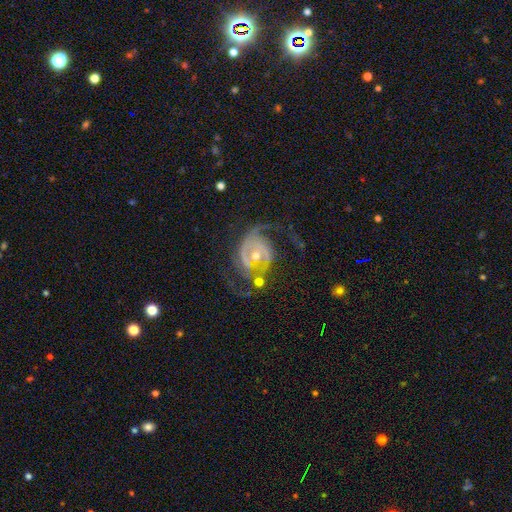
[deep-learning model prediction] featured or disk 87%, smooth 7%, star or artifact 6%. Down the decision tree: edge-on disk — no (97%); bar — no (58%); spiral arms — yes (93%); spiral arm count — 2 (62%); spiral winding — medium (44%); bulge size — moderate (54%); merging — none (50%).